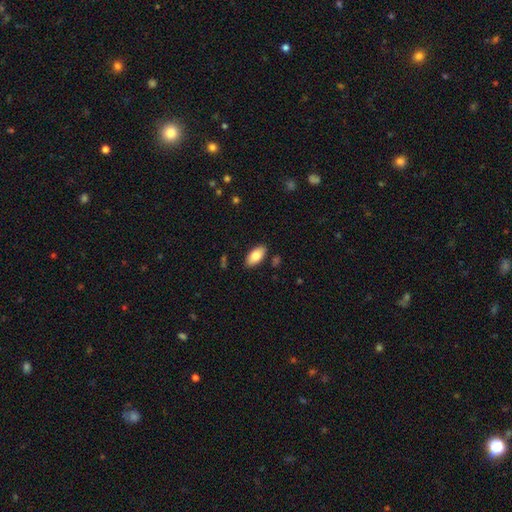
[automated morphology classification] This is clearly a smooth galaxy (81%). How rounded: clearly in between (93%). Merging: clearly none (86%).